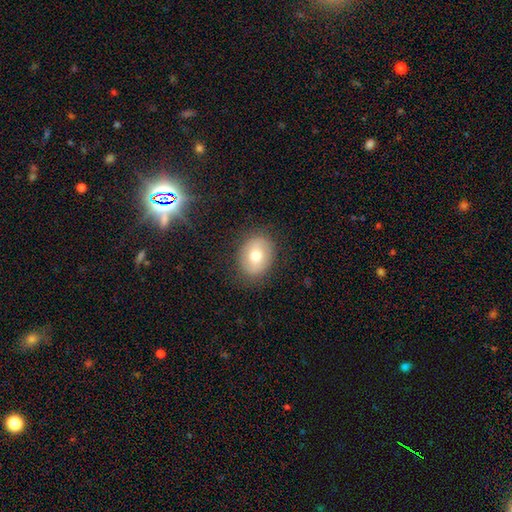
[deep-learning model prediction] Overall: smooth (70%). How rounded: in between (55%; round 44%). Merging: none (84%).